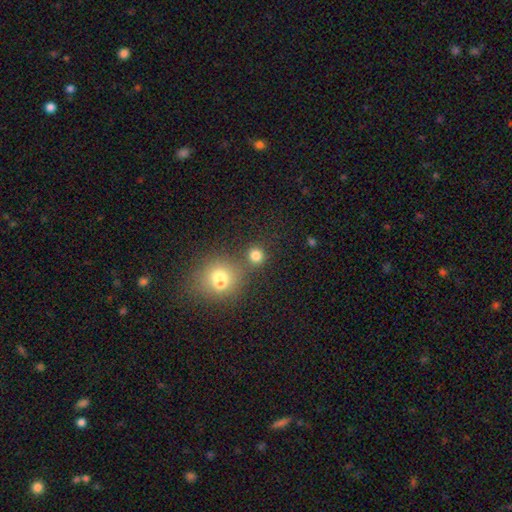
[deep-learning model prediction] Morphology: type=smooth (79%); roundness=round (88%); merging=none (68%).